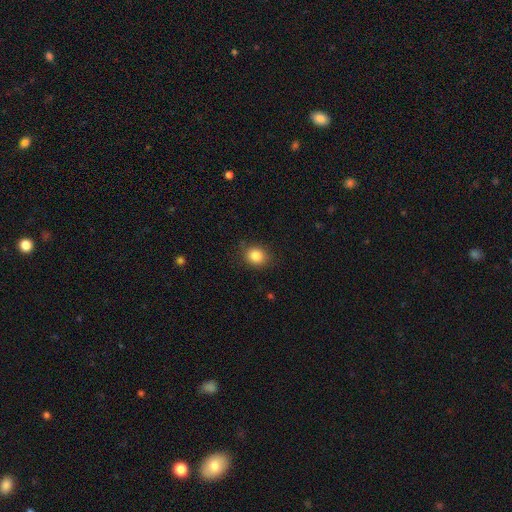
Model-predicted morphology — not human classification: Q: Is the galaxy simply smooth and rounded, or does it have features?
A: smooth — 84%.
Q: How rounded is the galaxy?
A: round — 69%.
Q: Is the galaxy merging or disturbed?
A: none — 84%.